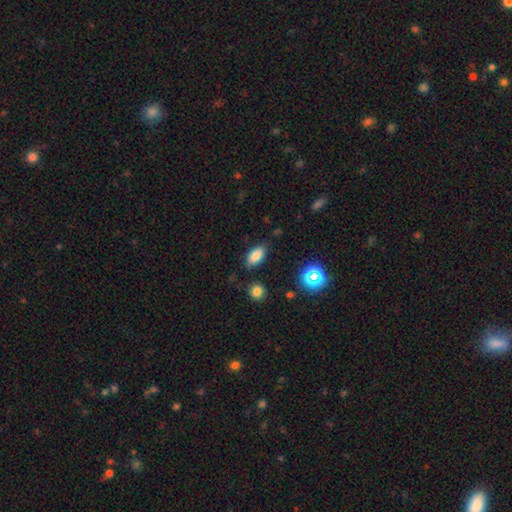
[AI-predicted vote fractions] smooth-or-featured: smooth: 81% | star or artifact: 11% | featured or disk: 8%
  how-rounded: in between: 89% | cigar-shaped: 6% | round: 5%
  merging: none: 82% | minor disturbance: 13% | major disturbance: 3% | merger: 2%